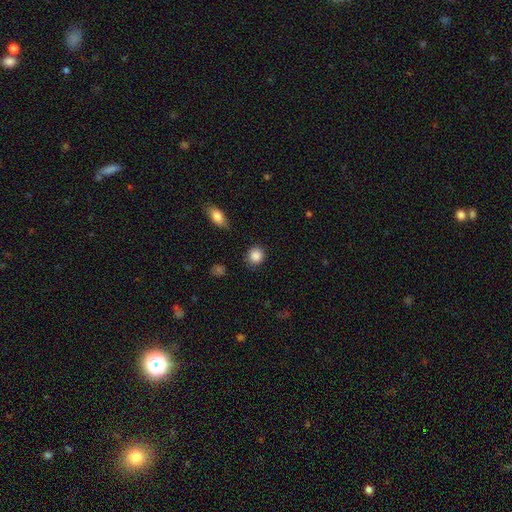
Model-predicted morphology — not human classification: smooth-or-featured: smooth: 88% | star or artifact: 8% | featured or disk: 4%
  how-rounded: round: 84% | in between: 15% | cigar-shaped: 1%
  merging: none: 85% | minor disturbance: 10% | major disturbance: 3% | merger: 2%